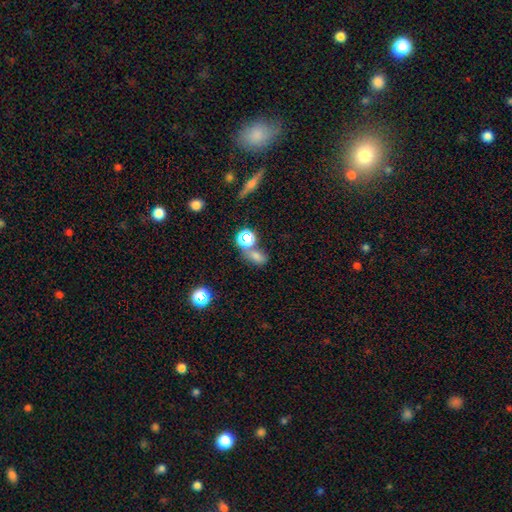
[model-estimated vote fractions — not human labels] smooth-or-featured: smooth: 64% | star or artifact: 26% | featured or disk: 10%
  how-rounded: in between: 71% | round: 24% | cigar-shaped: 4%
  merging: none: 54% | merger: 25% | minor disturbance: 14% | major disturbance: 7%